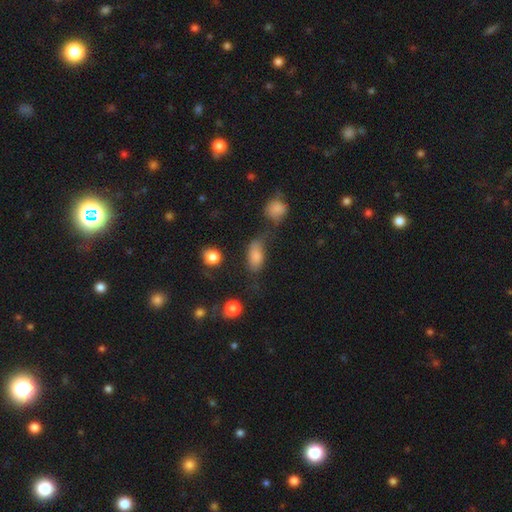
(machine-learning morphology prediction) Overall: smooth (79%). How rounded: in between (86%). Merging: none (41%; minor disturbance 26%).